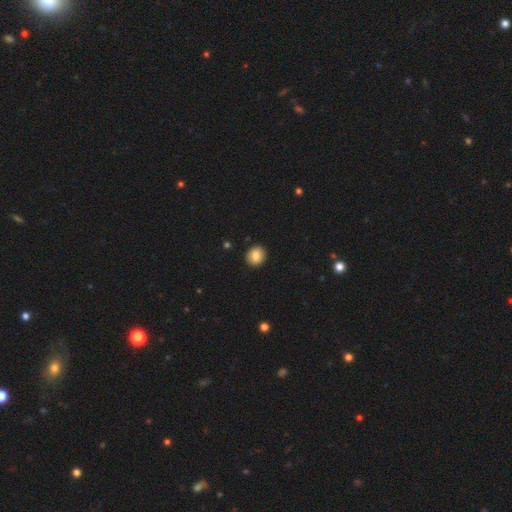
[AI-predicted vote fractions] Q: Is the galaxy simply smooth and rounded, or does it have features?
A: smooth — 85%.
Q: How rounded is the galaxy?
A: round — 70%.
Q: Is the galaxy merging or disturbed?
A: none — 89%.